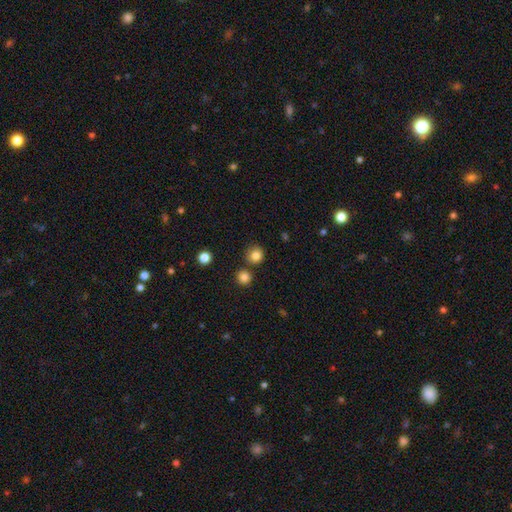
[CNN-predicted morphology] This appears to be a smooth galaxy with no disk features (82%) that is round (91%). Merging: none (80%).